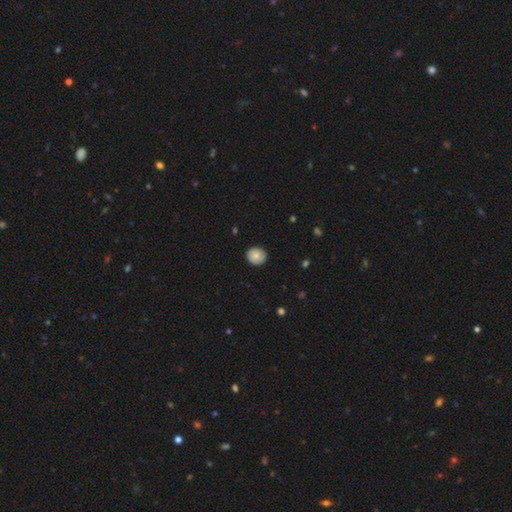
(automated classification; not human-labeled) Smooth or featured?
  - smooth: 78% *
  - featured or disk: 15%
  - star or artifact: 7%
How rounded?
  - round: 80% *
  - in between: 20%
  - cigar-shaped: 1%
Merging?
  - none: 84% *
  - minor disturbance: 12%
  - major disturbance: 2%
  - merger: 1%